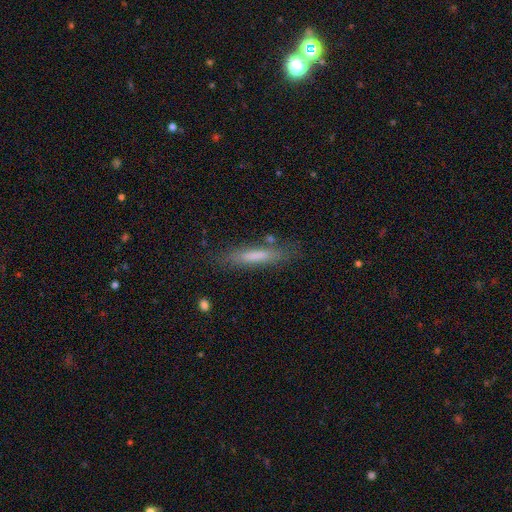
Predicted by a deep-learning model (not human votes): smooth-or-featured: smooth: 68% | featured or disk: 24% | star or artifact: 8%
  how-rounded: cigar-shaped: 88% | in between: 10% | round: 1%
  merging: none: 79% | minor disturbance: 14% | major disturbance: 4% | merger: 3%